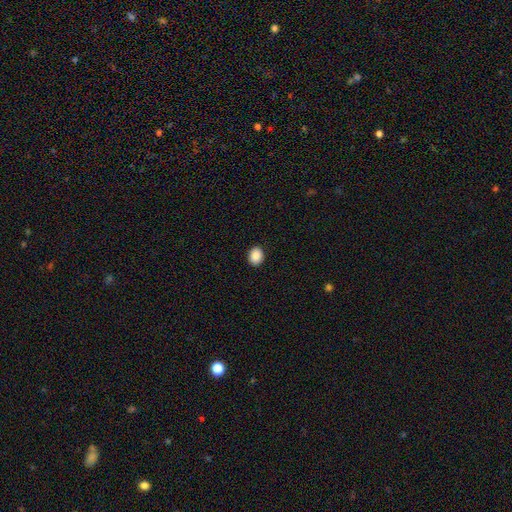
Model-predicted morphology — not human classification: Smooth or featured? Predicted: smooth (p=0.89). How rounded? Predicted: in between (p=0.50). Merging? Predicted: none (p=0.91).